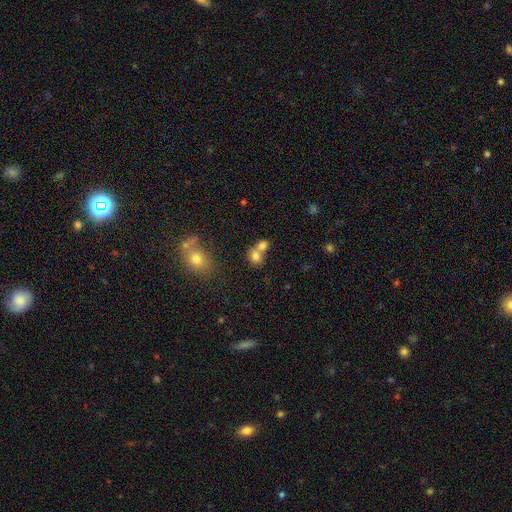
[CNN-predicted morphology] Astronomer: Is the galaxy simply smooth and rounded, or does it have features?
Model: smooth — 76%.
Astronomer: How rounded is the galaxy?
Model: round — 68%.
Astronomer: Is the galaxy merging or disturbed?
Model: merger — 58%.